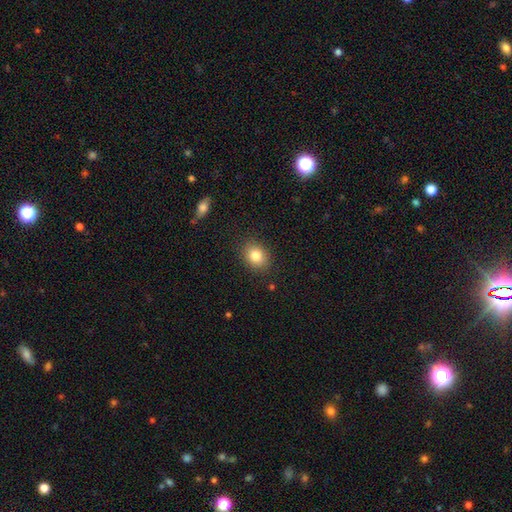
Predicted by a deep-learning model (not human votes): smooth-or-featured: smooth: 82% | star or artifact: 10% | featured or disk: 8%
  how-rounded: in between: 51% | round: 48% | cigar-shaped: 1%
  merging: none: 87% | minor disturbance: 9% | major disturbance: 3% | merger: 1%